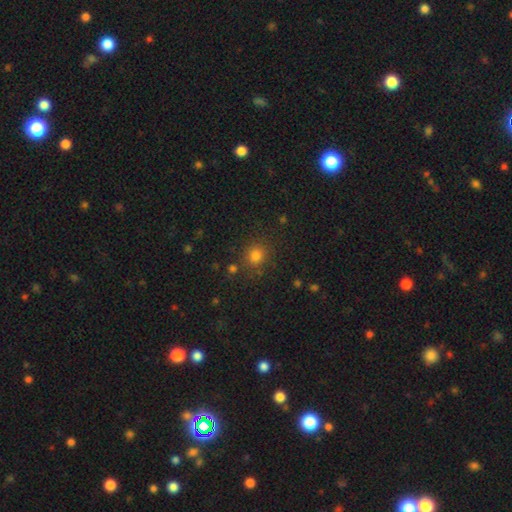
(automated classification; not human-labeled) Morphology: type=smooth (80%); roundness=round (84%); merging=none (82%).